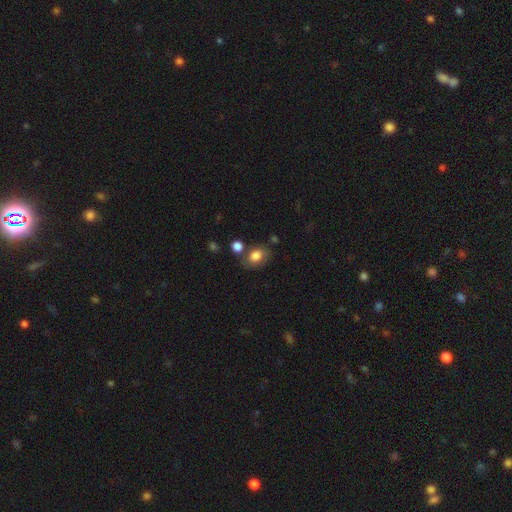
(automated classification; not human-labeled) Overall: smooth (80%). How rounded: in between (65%; round 34%). Merging: none (66%).